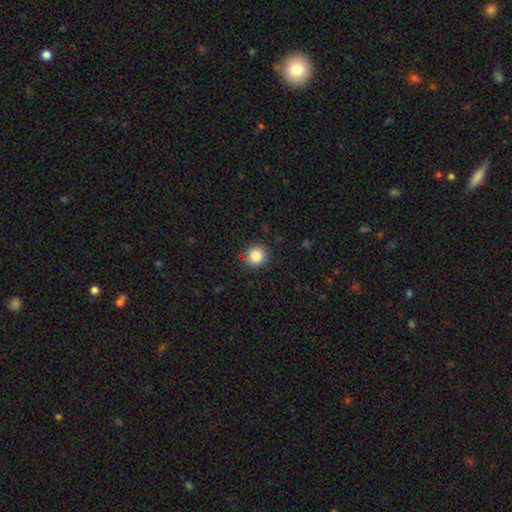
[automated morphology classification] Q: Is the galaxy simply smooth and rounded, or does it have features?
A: smooth — 84%.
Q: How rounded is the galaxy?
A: round — 91%.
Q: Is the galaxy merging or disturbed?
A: none — 88%.